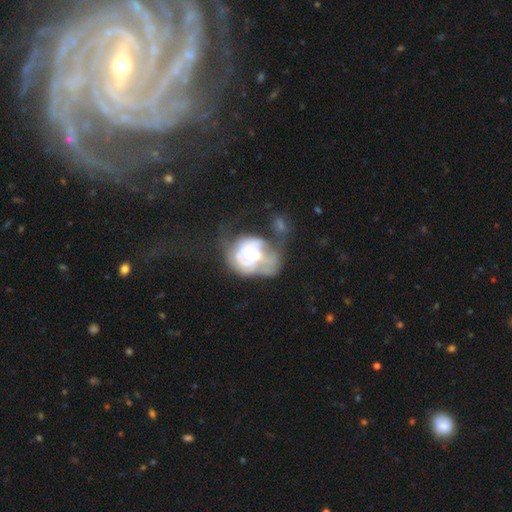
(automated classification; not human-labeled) Overall: featured or disk (66%). Edge-on disk: no (97%). Bar: no (75%). Spiral arms: no (70%; yes 30%). Bulge size: moderate (58%; small 18%). Merging: merger (45%; major disturbance 32%).